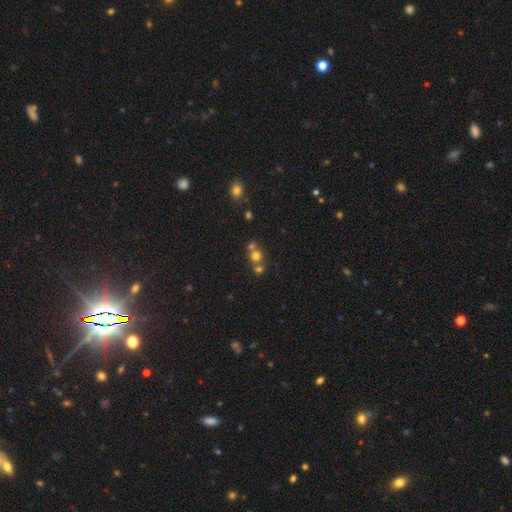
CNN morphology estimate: Smooth or featured?
  - smooth: 67% *
  - star or artifact: 19%
  - featured or disk: 14%
How rounded?
  - round: 86% *
  - in between: 13%
  - cigar-shaped: 1%
Merging?
  - none: 47% *
  - merger: 44%
  - minor disturbance: 6%
  - major disturbance: 3%